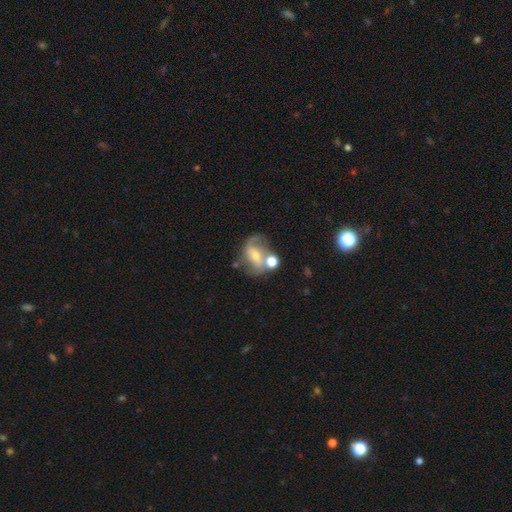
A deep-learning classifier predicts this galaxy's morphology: This is likely a featured or disk galaxy (70%). It is clearly not viewed edge-on (97%). Bar: marginally weak (39%). Spiral arm pattern: clearly yes (85%). Spiral arm count: clearly 2 (81%). Spiral winding: possibly loose (45%). Central bulge: possibly small (48%). Merging: possibly none (45%).